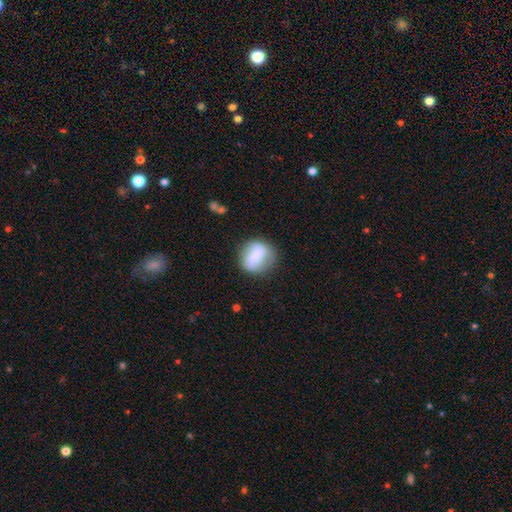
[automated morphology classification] Smooth or featured: smooth — 72% (featured or disk — 20%)
How rounded: round — 71% (in between — 27%)
Merging: none — 69% (minor disturbance — 21%)